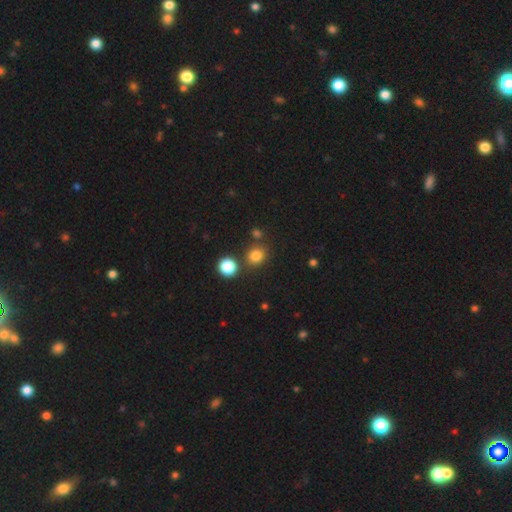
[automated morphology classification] smooth 80%, star or artifact 15%, featured or disk 5%. Down the decision tree: how rounded — round (84%); merging — none (79%).